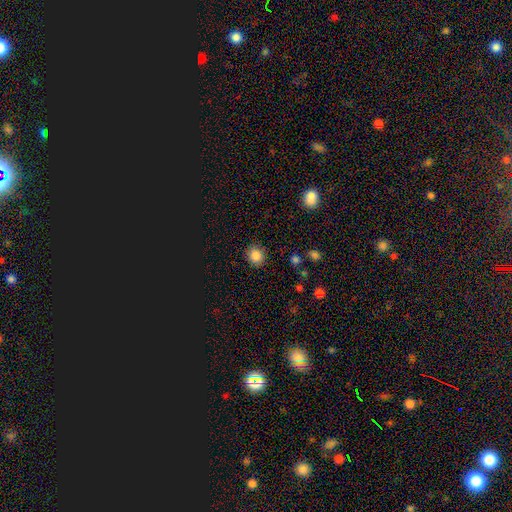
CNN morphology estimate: smooth_or_featured: smooth (p=0.85) [alt: star or artifact p=0.11]
how_rounded: round (p=0.84) [alt: in between p=0.15]
merging: none (p=0.89) [alt: minor disturbance p=0.08]